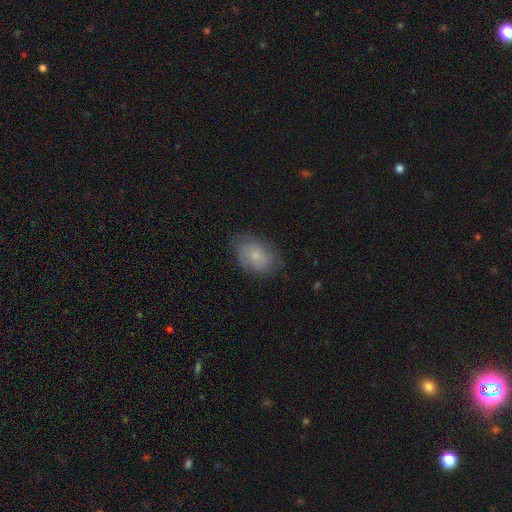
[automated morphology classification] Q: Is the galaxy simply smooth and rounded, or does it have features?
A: smooth — 63%.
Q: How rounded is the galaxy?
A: in between — 80%.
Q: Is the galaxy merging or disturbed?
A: none — 69%.